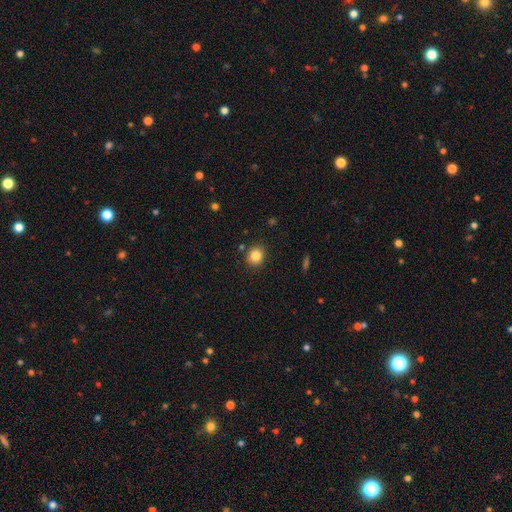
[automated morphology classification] Overall: smooth (84%). How rounded: round (84%). Merging: none (87%).